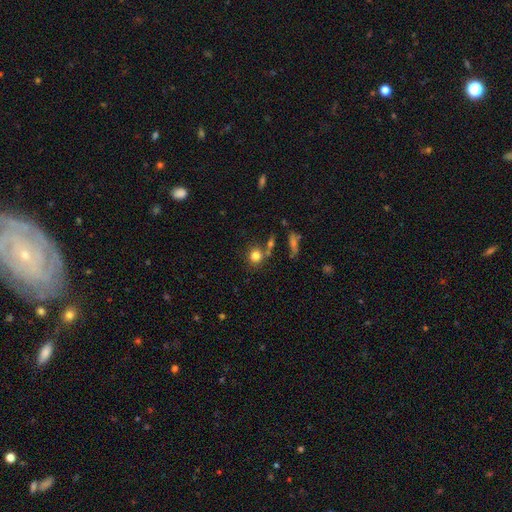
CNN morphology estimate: Smooth or featured: smooth — 80% (star or artifact — 12%)
How rounded: round — 84% (in between — 14%)
Merging: none — 68% (merger — 16%)